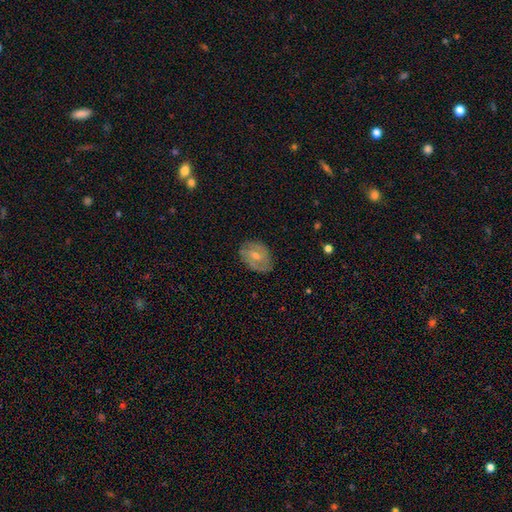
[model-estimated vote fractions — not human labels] smooth-or-featured: smooth: 49% | featured or disk: 44% | star or artifact: 7%
  merging: none: 74% | minor disturbance: 20% | major disturbance: 5% | merger: 1%